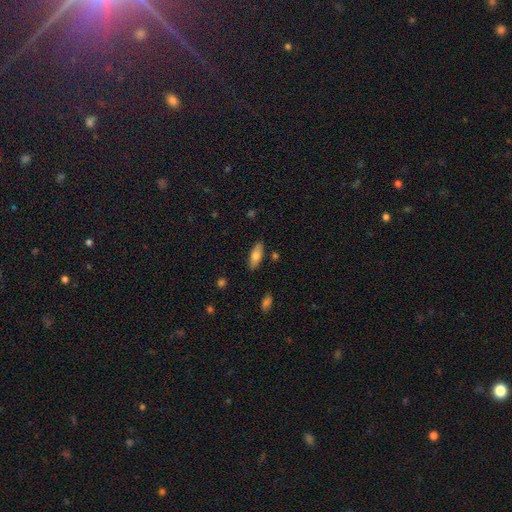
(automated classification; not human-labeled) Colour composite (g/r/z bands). It shows a smooth galaxy with no disk features (71%) that is in between round and cigar-shaped (77%). Merging: none (85%).